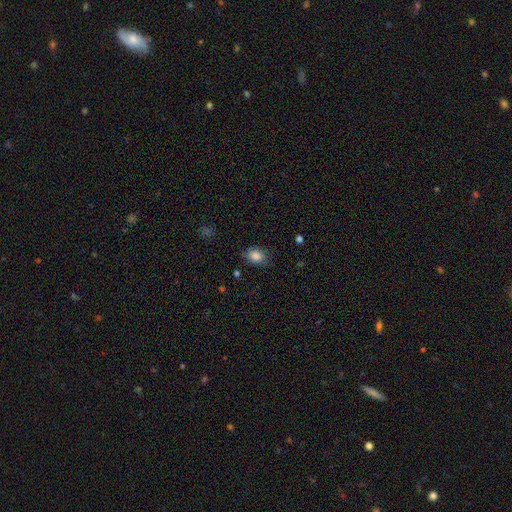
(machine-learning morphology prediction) Smooth or featured? Predicted: smooth (p=0.86). How rounded? Predicted: in between (p=0.65). Merging? Predicted: none (p=0.78).